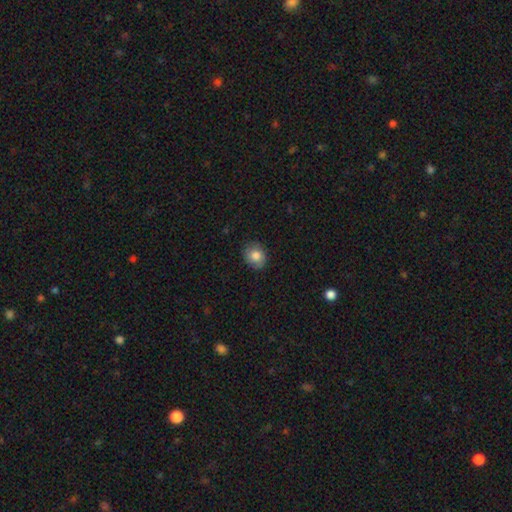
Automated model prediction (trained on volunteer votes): Overall: smooth (82%). How rounded: round (59%; in between 40%). Merging: none (83%).